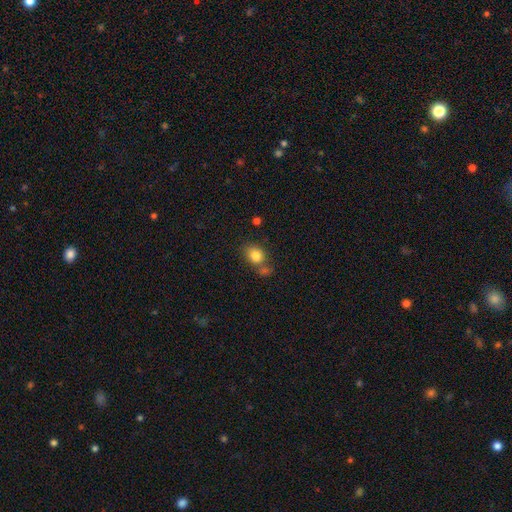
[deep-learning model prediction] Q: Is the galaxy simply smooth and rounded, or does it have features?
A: smooth — 83%.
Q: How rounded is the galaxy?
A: in between — 51%.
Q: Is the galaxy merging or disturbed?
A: none — 52%.